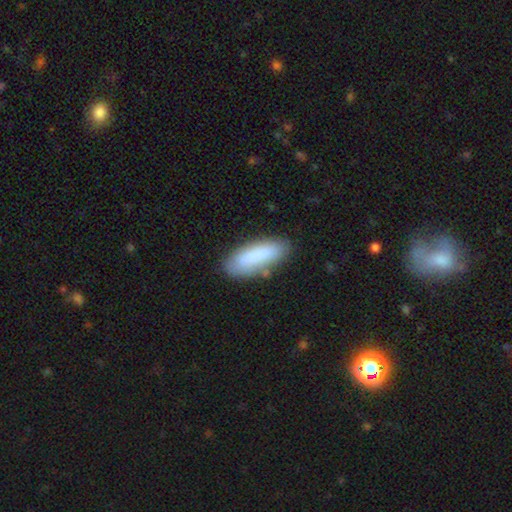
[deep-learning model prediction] Smooth or featured? Predicted: smooth (p=0.80). How rounded? Predicted: in between (p=0.60). Merging? Predicted: none (p=0.76).